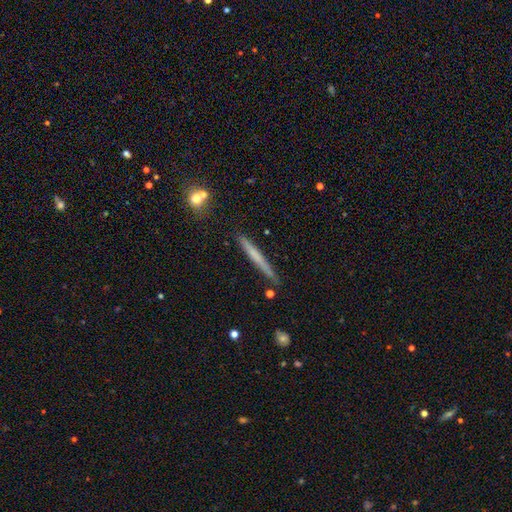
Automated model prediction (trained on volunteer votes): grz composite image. It shows a smooth galaxy with no disk features (53%) that is cigar-shaped (97%). Merging: none (85%).